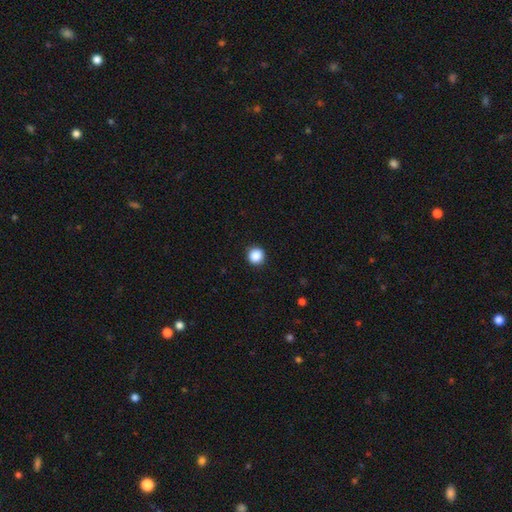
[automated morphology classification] smooth 87%, star or artifact 10%, featured or disk 3%. Down the decision tree: how rounded — round (94%); merging — none (92%).